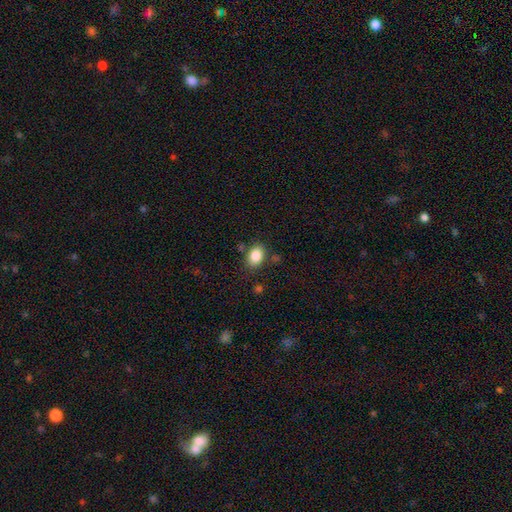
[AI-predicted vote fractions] Smooth or featured? Predicted: smooth (p=0.86). How rounded? Predicted: in between (p=0.78). Merging? Predicted: none (p=0.78).